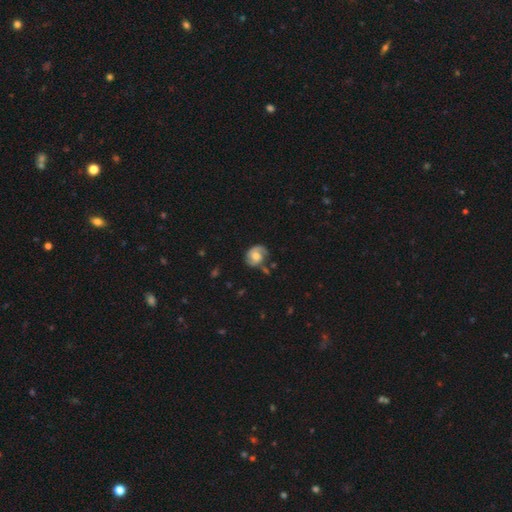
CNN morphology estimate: This appears to be a featured or disk galaxy (74%) with no bar (61%), 2 (81%) medium (46%) spiral arms (94%) and a moderate central bulge (64%). Merging: none (68%).